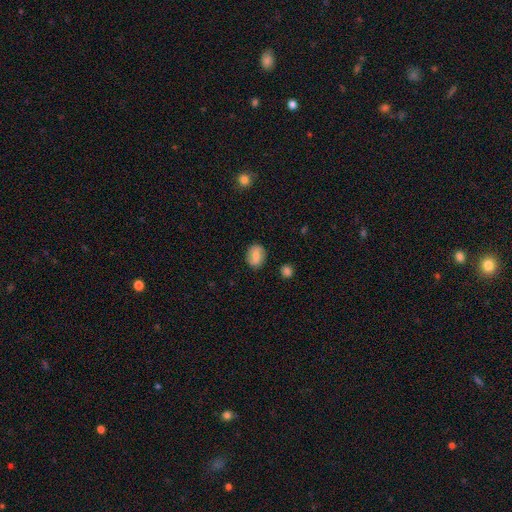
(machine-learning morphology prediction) Smooth or featured?
  - smooth: 68% *
  - featured or disk: 24%
  - star or artifact: 8%
How rounded?
  - in between: 57% *
  - round: 41%
  - cigar-shaped: 2%
Merging?
  - none: 84% *
  - minor disturbance: 12%
  - major disturbance: 3%
  - merger: 2%